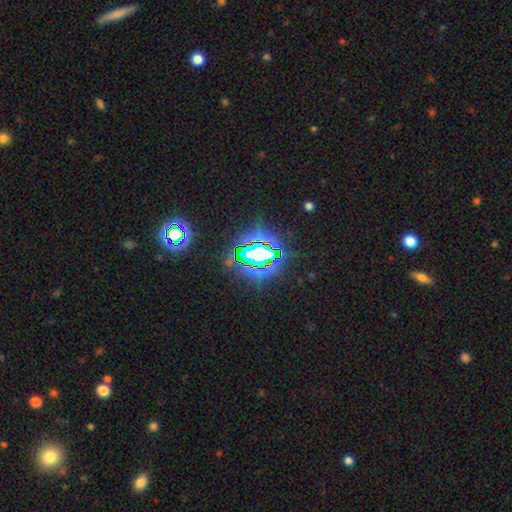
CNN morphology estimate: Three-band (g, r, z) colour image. It shows a star or artifact, not a galaxy (76%).